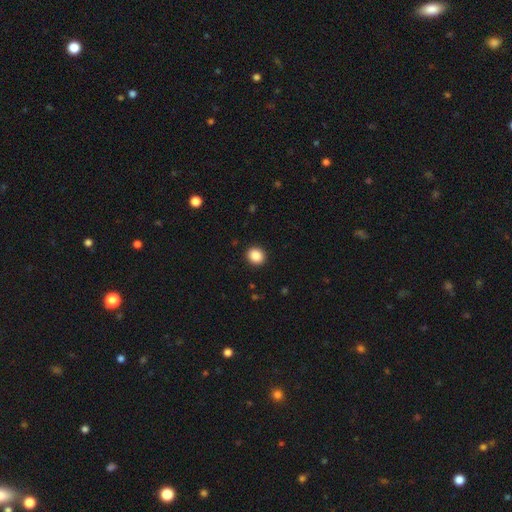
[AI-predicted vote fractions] A smooth galaxy with no disk features (88%) that is round (80%).

Vote fractions:
- Smooth or featured? smooth: 88% / star or artifact: 9% / featured or disk: 3%
- How rounded? round: 80% / in between: 19% / cigar-shaped: 1%
- Merging? none: 92% / minor disturbance: 5% / major disturbance: 2% / merger: 1%